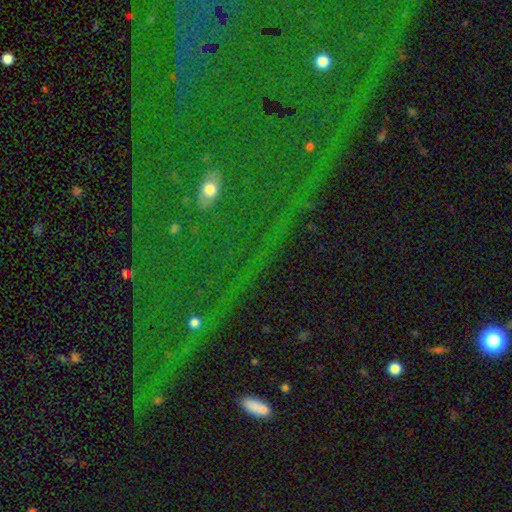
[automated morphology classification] Smooth or featured?
  - star or artifact: 68% *
  - featured or disk: 18%
  - smooth: 14%